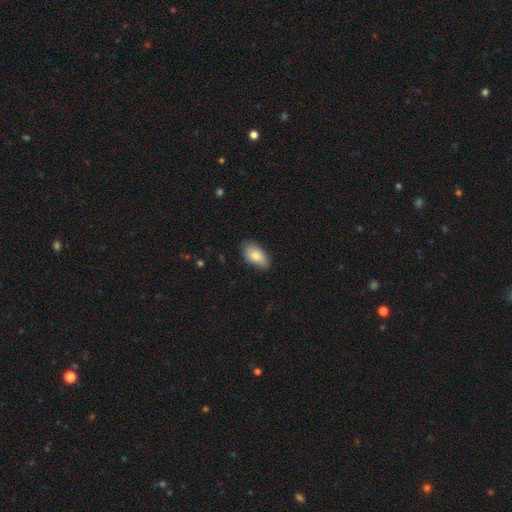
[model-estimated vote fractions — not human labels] This appears to be a smooth galaxy with no disk features (81%) that is in between round and cigar-shaped (93%). Merging: none (75%).